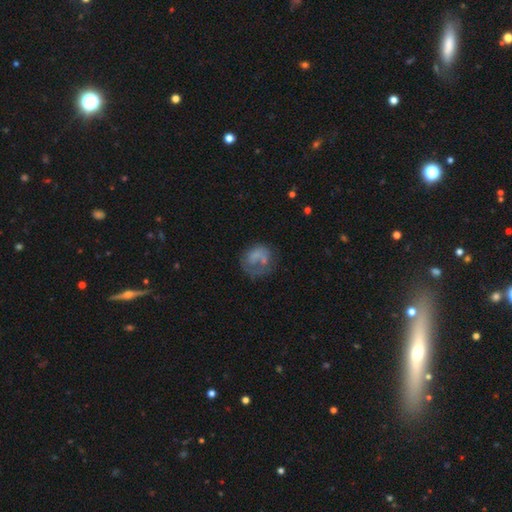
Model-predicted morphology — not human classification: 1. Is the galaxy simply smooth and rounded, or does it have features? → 52% smooth, 38% featured or disk, 11% star or artifact.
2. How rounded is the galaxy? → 66% round, 33% in between, 1% cigar-shaped.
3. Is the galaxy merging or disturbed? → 42% none, 29% major disturbance, 21% minor disturbance, 8% merger.